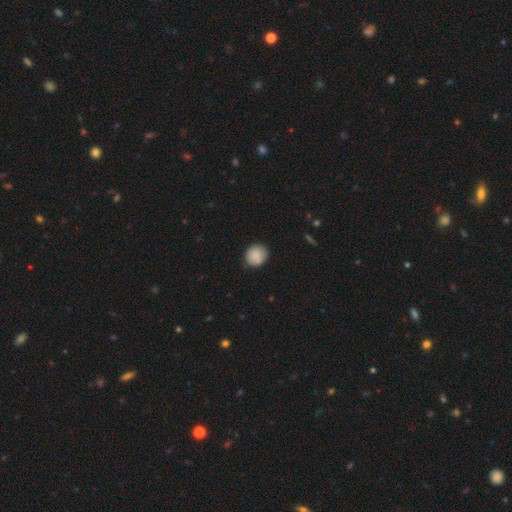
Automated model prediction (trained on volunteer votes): A smooth galaxy with no disk features (86%) that is round (84%).

Vote fractions:
- Smooth or featured? smooth: 86% / star or artifact: 8% / featured or disk: 7%
- How rounded? round: 84% / in between: 15% / cigar-shaped: 1%
- Merging? none: 83% / minor disturbance: 13% / major disturbance: 2% / merger: 1%